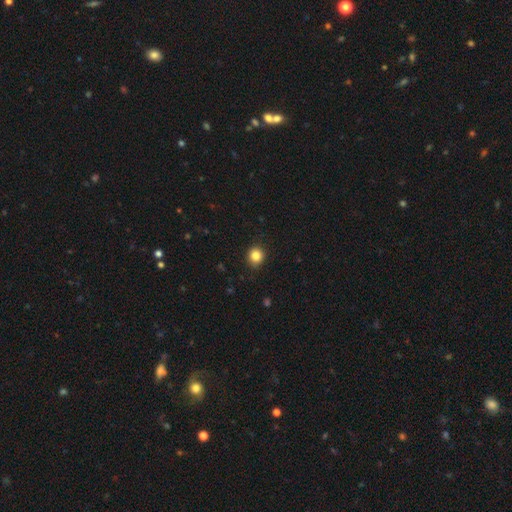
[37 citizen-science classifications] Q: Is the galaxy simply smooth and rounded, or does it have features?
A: smooth — 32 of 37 (86%).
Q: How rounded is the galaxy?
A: round — 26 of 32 (81%).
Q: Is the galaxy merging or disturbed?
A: none — 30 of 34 (88%).